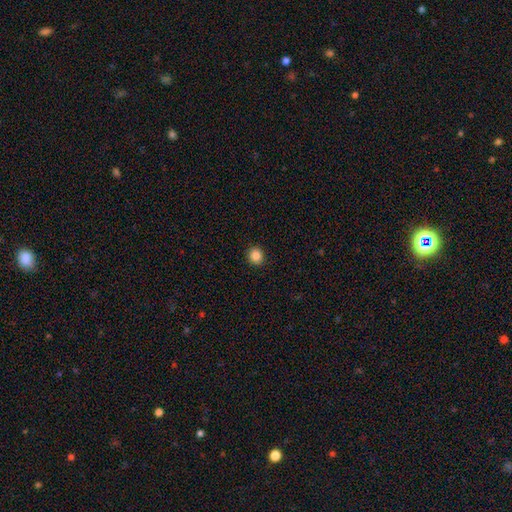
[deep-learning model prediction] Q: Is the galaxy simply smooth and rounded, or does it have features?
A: smooth — 87%.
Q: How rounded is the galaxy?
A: round — 88%.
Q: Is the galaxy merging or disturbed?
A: none — 92%.